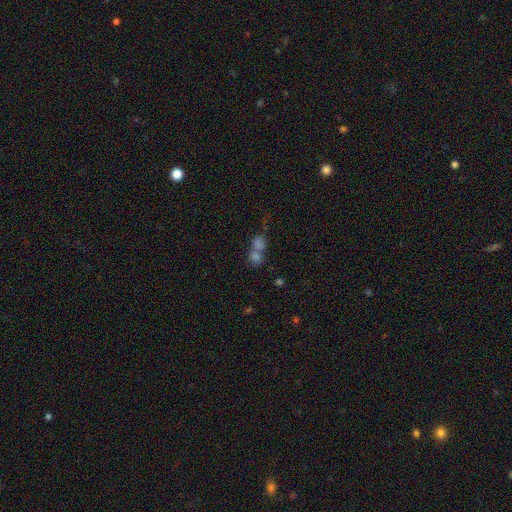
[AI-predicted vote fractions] smooth_or_featured: smooth (p=0.65) [alt: star or artifact p=0.21]
how_rounded: round (p=0.57) [alt: in between p=0.39]
merging: merger (p=0.58) [alt: none p=0.30]